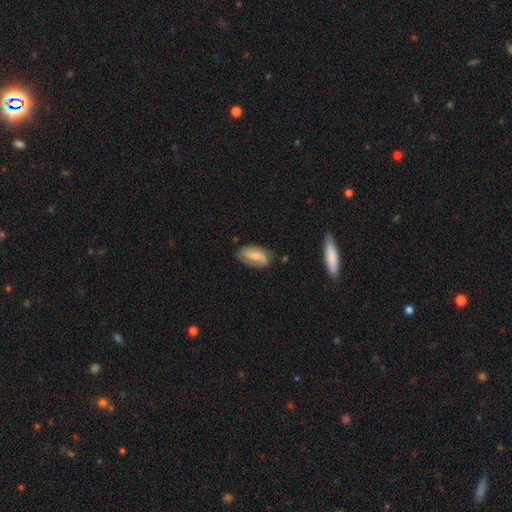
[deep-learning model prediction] featured or disk 49%, smooth 44%, star or artifact 7%. Down the decision tree: merging — none (69%).